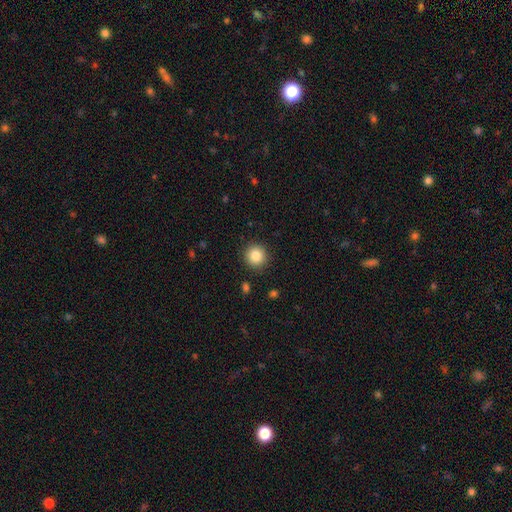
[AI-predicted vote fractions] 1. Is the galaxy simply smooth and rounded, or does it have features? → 84% smooth, 10% star or artifact, 6% featured or disk.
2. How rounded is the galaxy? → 94% round, 5% in between, 1% cigar-shaped.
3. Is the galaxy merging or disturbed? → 91% none, 6% minor disturbance, 2% major disturbance, 1% merger.